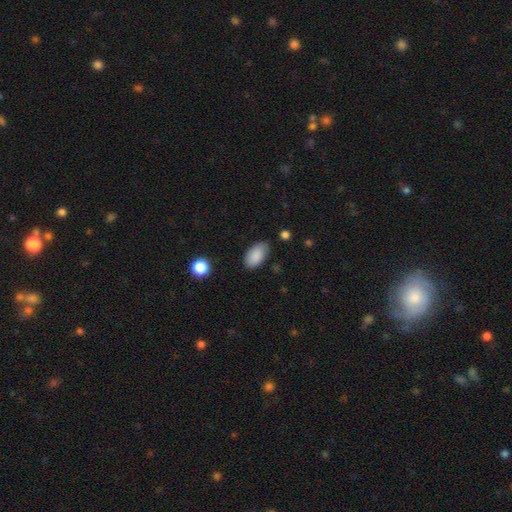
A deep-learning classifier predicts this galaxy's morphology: smooth-or-featured: smooth: 88% | star or artifact: 7% | featured or disk: 5%
  how-rounded: in between: 94% | round: 3% | cigar-shaped: 2%
  merging: none: 77% | minor disturbance: 18% | major disturbance: 3% | merger: 2%